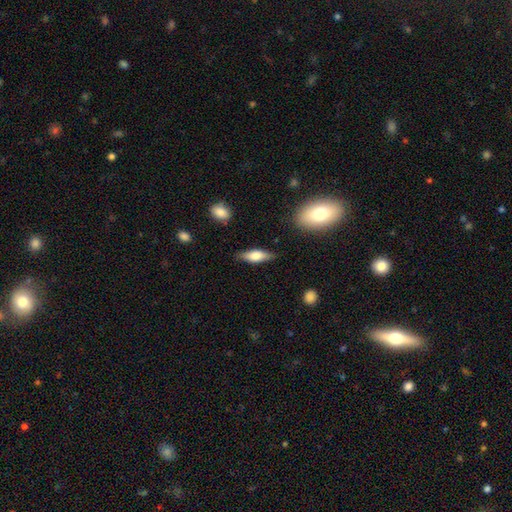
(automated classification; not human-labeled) Smooth or featured: smooth — 62% (featured or disk — 32%)
How rounded: in between — 56% (cigar-shaped — 41%)
Merging: none — 83% (minor disturbance — 12%)